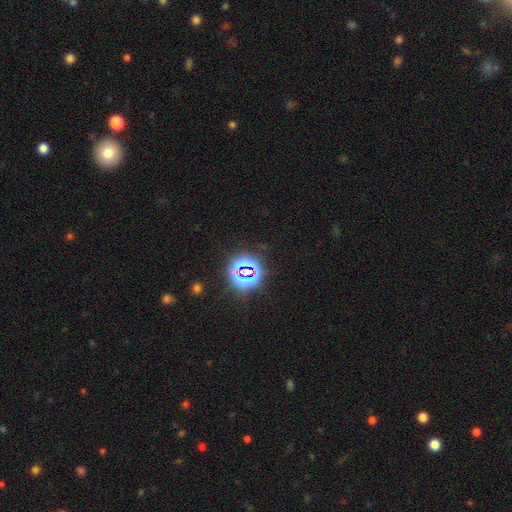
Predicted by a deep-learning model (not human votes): Smooth or featured? star or artifact (77%)